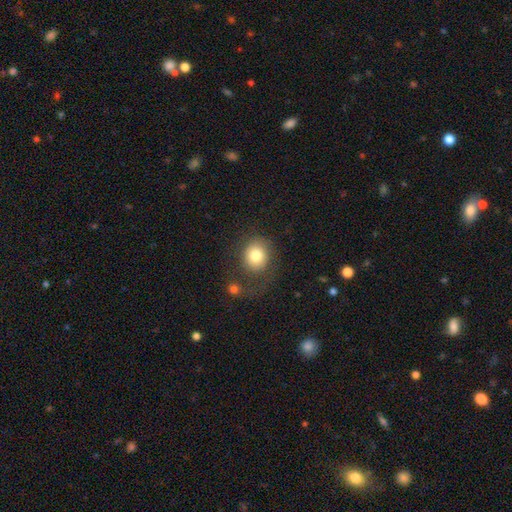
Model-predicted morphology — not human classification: The model was most divided on "how rounded": round: 71%, in between: 28%, cigar-shaped: 1%. More confident: smooth or featured — smooth (79%); merging — none (63%).